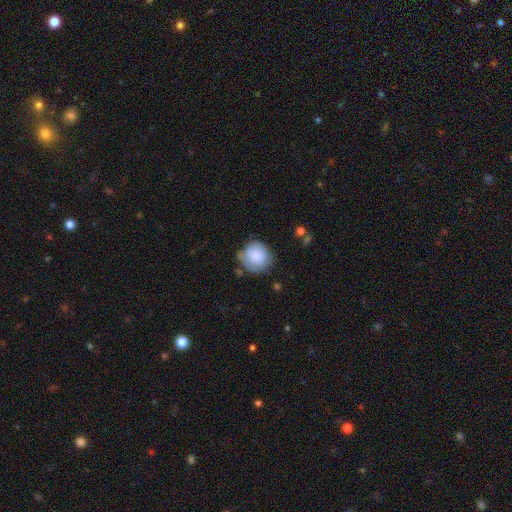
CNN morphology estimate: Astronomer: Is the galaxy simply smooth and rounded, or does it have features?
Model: smooth — 76%.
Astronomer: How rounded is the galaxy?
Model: round — 84%.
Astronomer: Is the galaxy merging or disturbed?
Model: none — 57%.